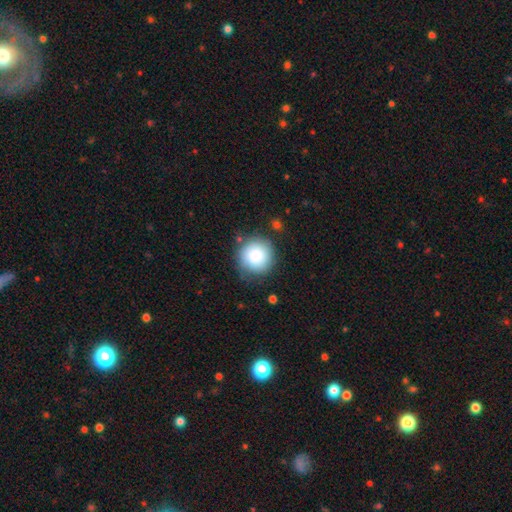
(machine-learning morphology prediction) smooth_or_featured: smooth (p=0.85) [alt: star or artifact p=0.08]
how_rounded: round (p=0.94) [alt: in between p=0.05]
merging: none (p=0.80) [alt: minor disturbance p=0.13]